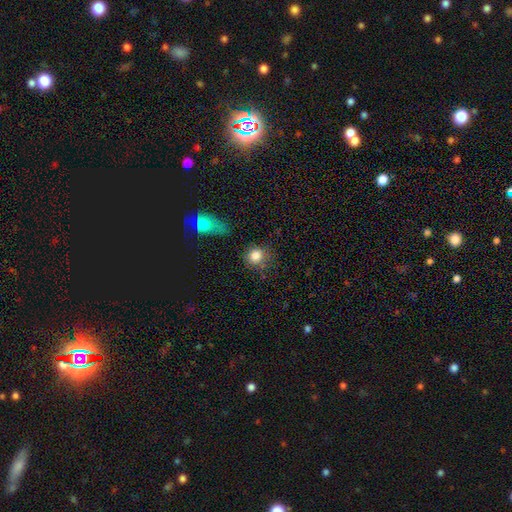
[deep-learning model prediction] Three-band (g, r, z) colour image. It shows a smooth galaxy with no disk features (82%) that is round (84%). Merging: none (69%).